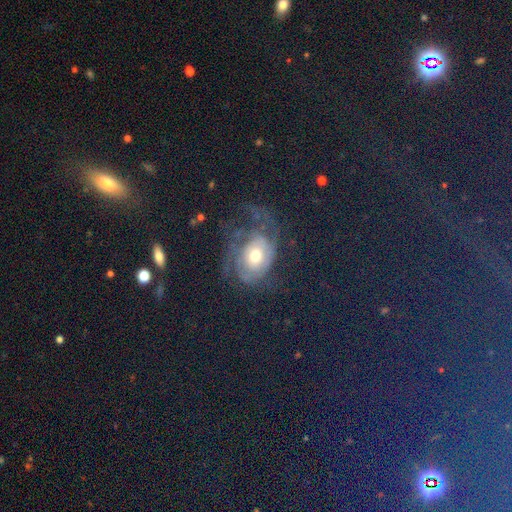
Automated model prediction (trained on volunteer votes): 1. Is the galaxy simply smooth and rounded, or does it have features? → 51% featured or disk, 25% smooth, 25% star or artifact.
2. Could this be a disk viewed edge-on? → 94% no, 6% yes.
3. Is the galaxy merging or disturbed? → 51% none, 27% major disturbance, 19% minor disturbance, 3% merger.